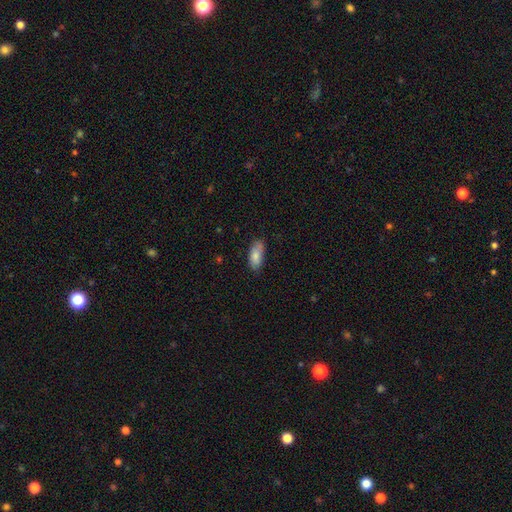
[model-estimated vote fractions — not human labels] A smooth galaxy with no disk features (80%) that is in between round and cigar-shaped (83%). Merging: none (72%).